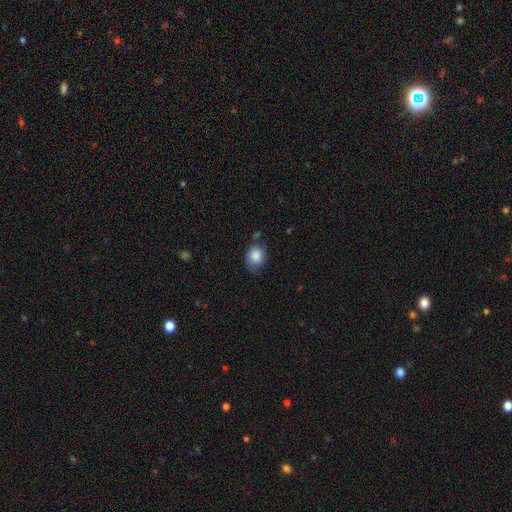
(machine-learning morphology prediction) A smooth galaxy with no disk features (84%) that is round (60%).

Vote fractions:
- Smooth or featured? smooth: 84% / featured or disk: 8% / star or artifact: 8%
- How rounded? round: 60% / in between: 39% / cigar-shaped: 1%
- Merging? none: 55% / minor disturbance: 32% / major disturbance: 9% / merger: 4%